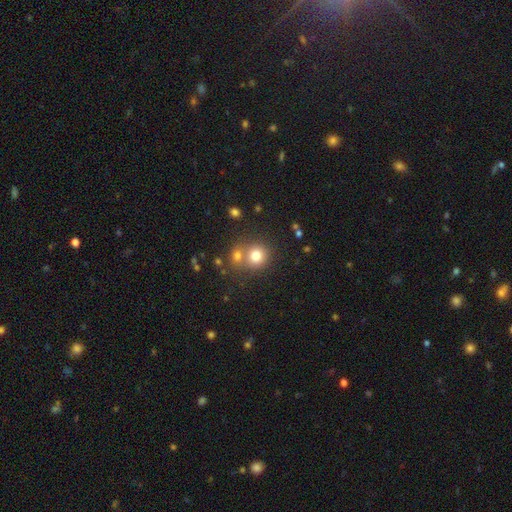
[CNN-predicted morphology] smooth-or-featured: smooth: 77% | star or artifact: 13% | featured or disk: 10%
  how-rounded: round: 83% | in between: 16% | cigar-shaped: 1%
  merging: none: 53% | merger: 35% | minor disturbance: 8% | major disturbance: 4%